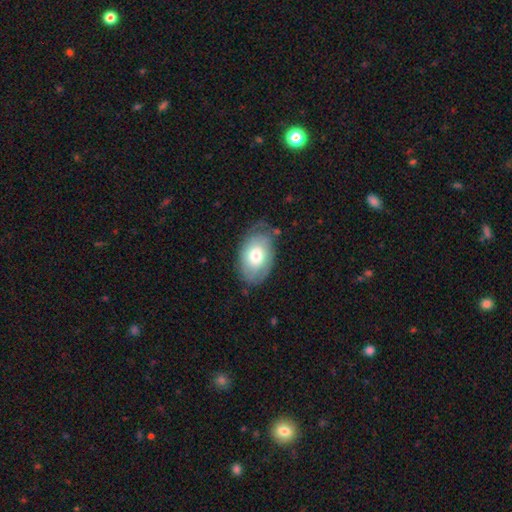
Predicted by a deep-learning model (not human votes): A smooth galaxy with no disk features (66%) that is in between round and cigar-shaped (87%).

Vote fractions:
- Smooth or featured? smooth: 66% / featured or disk: 28% / star or artifact: 6%
- How rounded? in between: 87% / round: 12% / cigar-shaped: 1%
- Merging? none: 66% / minor disturbance: 24% / major disturbance: 7% / merger: 2%